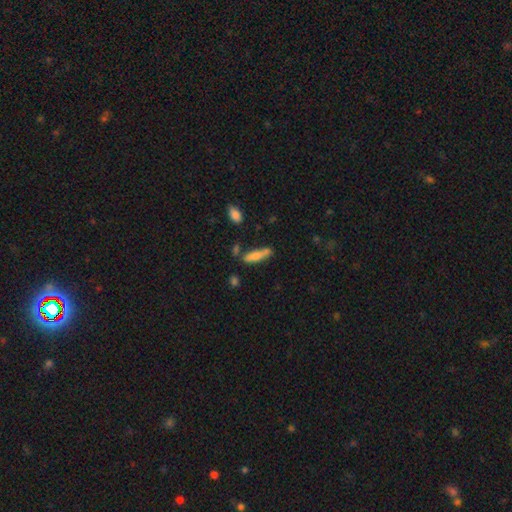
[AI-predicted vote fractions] smooth-or-featured: smooth: 72% | featured or disk: 22% | star or artifact: 7%
  how-rounded: cigar-shaped: 66% | in between: 32% | round: 2%
  merging: none: 64% | minor disturbance: 20% | merger: 10% | major disturbance: 5%